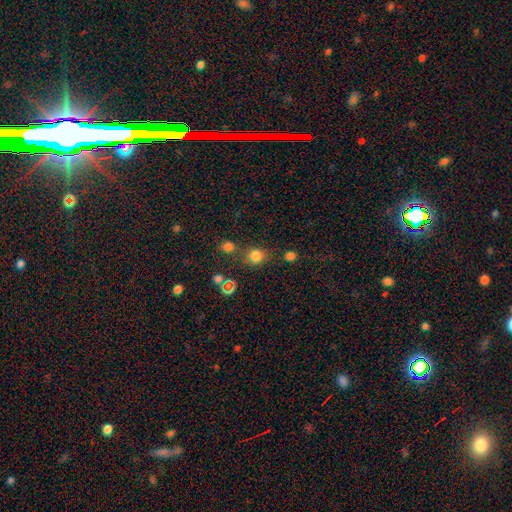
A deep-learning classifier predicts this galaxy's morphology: A smooth galaxy with no disk features (77%) that is round (75%). Merging: none (69%).